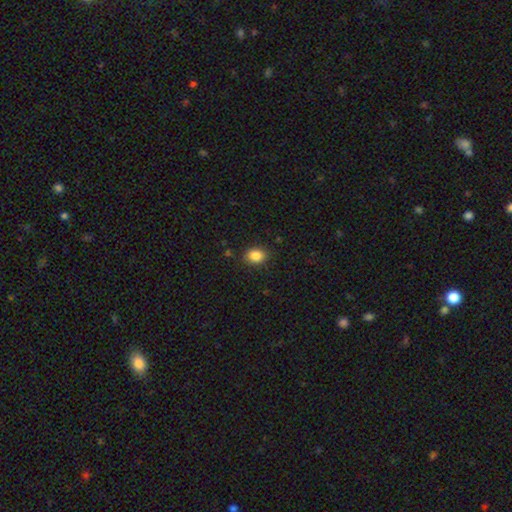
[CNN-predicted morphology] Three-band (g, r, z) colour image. It shows a smooth galaxy with no disk features (86%) that is in between round and cigar-shaped (55%). Merging: none (87%).